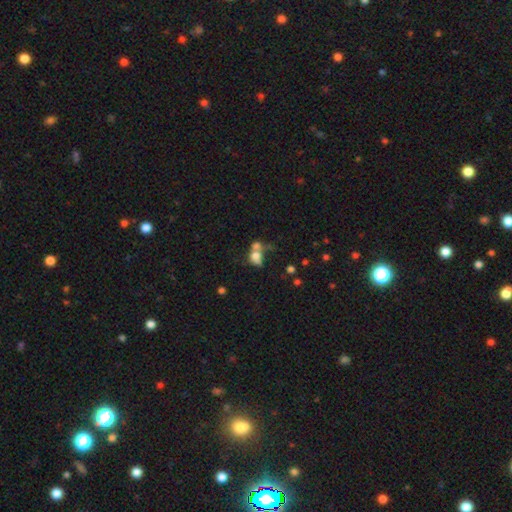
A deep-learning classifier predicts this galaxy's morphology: smooth-or-featured: smooth: 67% | featured or disk: 21% | star or artifact: 12%
  how-rounded: in between: 56% | round: 42% | cigar-shaped: 2%
  merging: merger: 60% | none: 19% | major disturbance: 12% | minor disturbance: 10%